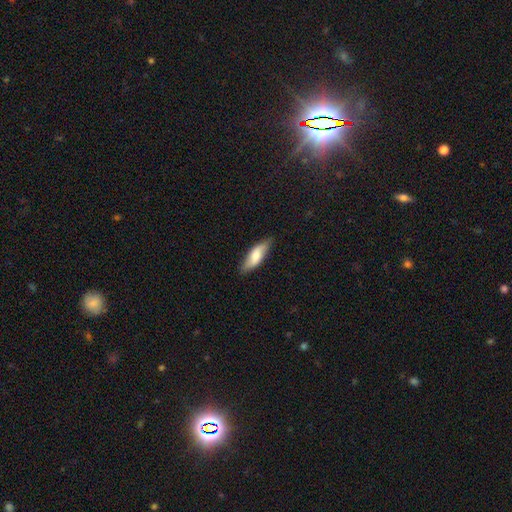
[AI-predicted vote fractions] A smooth galaxy with no disk features (67%) that is in between round and cigar-shaped (61%).

Vote fractions:
- Smooth or featured? smooth: 67% / featured or disk: 27% / star or artifact: 6%
- How rounded? in between: 61% / cigar-shaped: 37% / round: 2%
- Merging? none: 81% / minor disturbance: 15% / major disturbance: 3% / merger: 1%